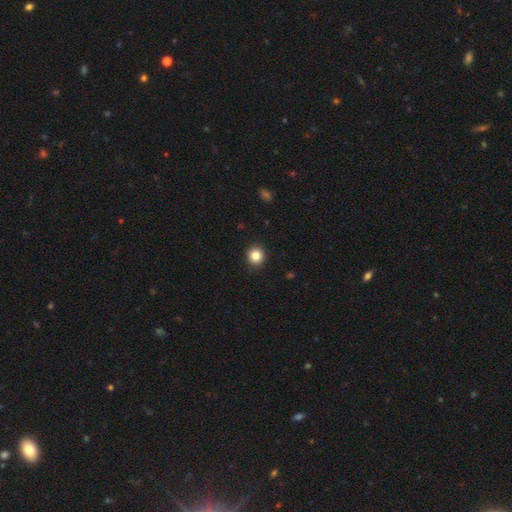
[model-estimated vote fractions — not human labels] This is clearly a smooth galaxy (84%). How rounded: clearly round (90%). Merging: clearly none (92%).